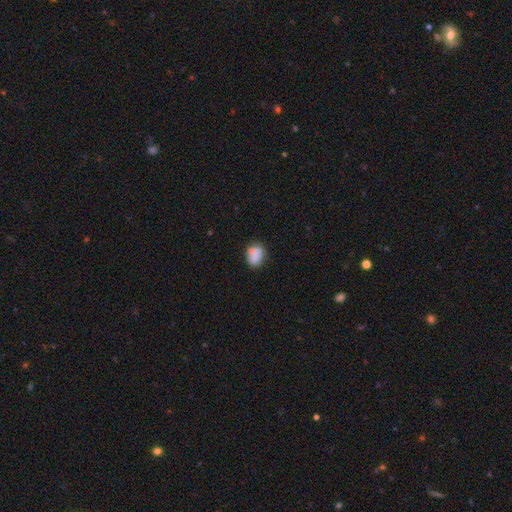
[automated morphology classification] A smooth galaxy with no disk features (77%) that is in between round and cigar-shaped (67%).

Vote fractions:
- Smooth or featured? smooth: 77% / featured or disk: 15% / star or artifact: 8%
- How rounded? in between: 67% / round: 31% / cigar-shaped: 2%
- Merging? none: 59% / minor disturbance: 19% / merger: 16% / major disturbance: 5%